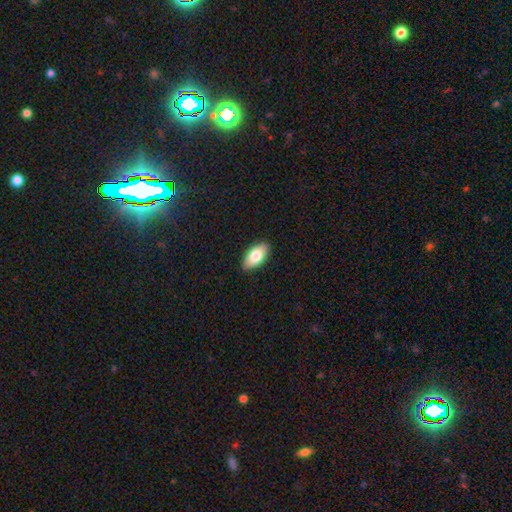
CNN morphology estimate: smooth_or_featured: smooth (p=0.80) [alt: featured or disk p=0.14]
how_rounded: in between (p=0.93) [alt: cigar-shaped p=0.04]
merging: none (p=0.89) [alt: minor disturbance p=0.08]